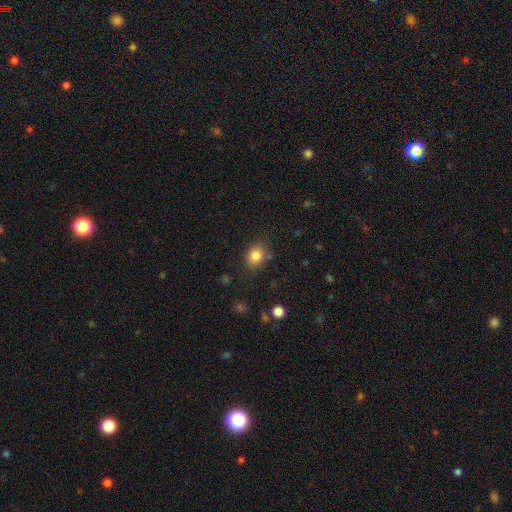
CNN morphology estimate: Smooth or featured? smooth (84%)
How rounded? round (55%)
Merging? none (80%)